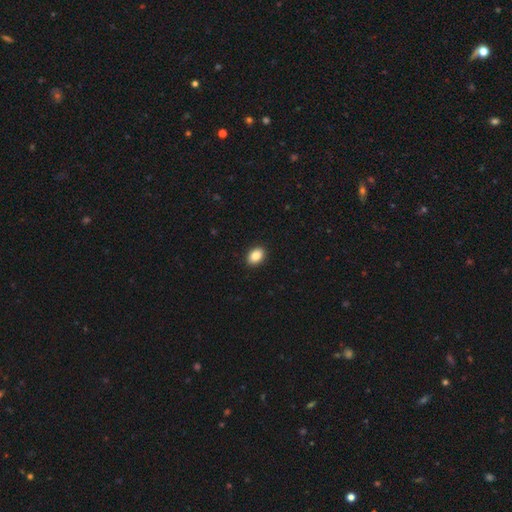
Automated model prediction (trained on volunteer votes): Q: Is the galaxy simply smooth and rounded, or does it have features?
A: smooth — 87%.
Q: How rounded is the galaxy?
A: in between — 79%.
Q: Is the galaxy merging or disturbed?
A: none — 92%.